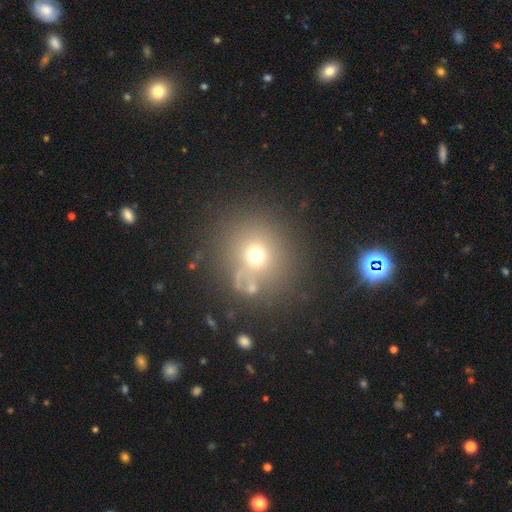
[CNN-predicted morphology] Overall: smooth (65%). How rounded: round (85%). Merging: none (68%).